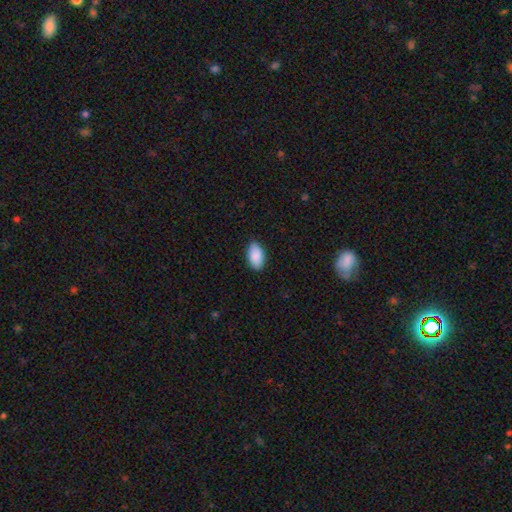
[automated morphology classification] This appears to be a smooth galaxy with no disk features (89%) that is in between round and cigar-shaped (95%). Merging: none (88%).